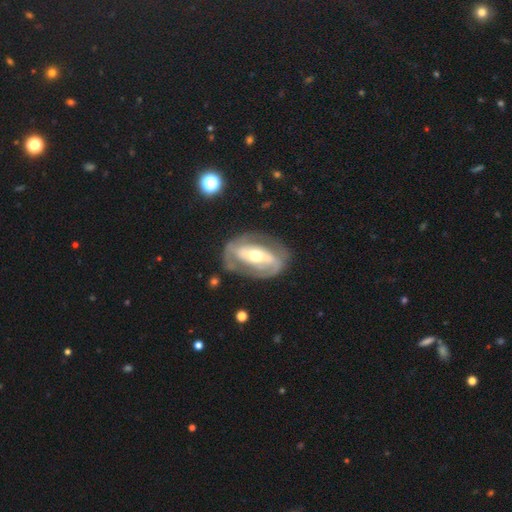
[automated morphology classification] This is likely a featured or disk galaxy (78%). It is clearly not viewed edge-on (93%). Bar: possibly strong (47%). Spiral arm pattern: likely yes (68%). Central bulge: likely moderate (61%). Merging: likely none (72%).